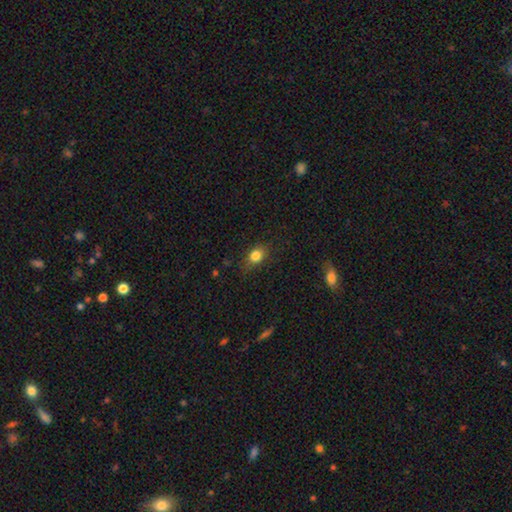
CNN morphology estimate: Smooth or featured? smooth (82%)
How rounded? in between (57%)
Merging? none (78%)